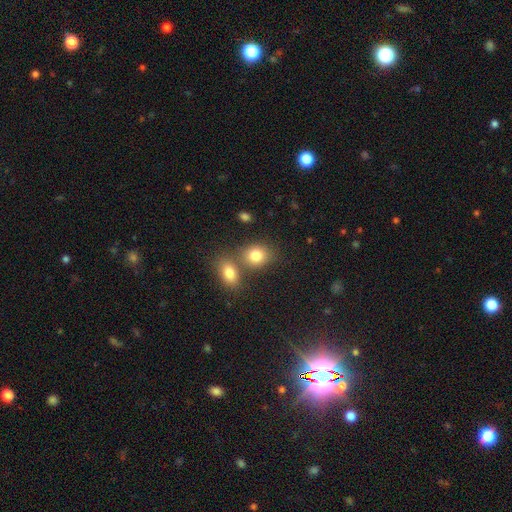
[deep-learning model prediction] The model was most divided on "how rounded": round: 52%, in between: 47%, cigar-shaped: 1%. More confident: smooth or featured — smooth (82%); merging — none (54%).